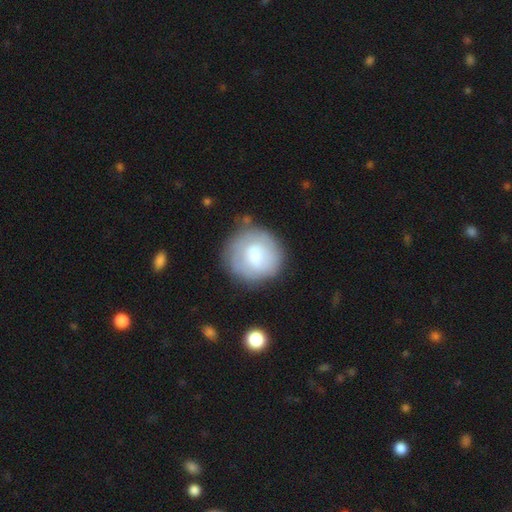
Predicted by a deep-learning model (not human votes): Smooth or featured?
  - smooth: 65% *
  - featured or disk: 28%
  - star or artifact: 7%
How rounded?
  - round: 90% *
  - in between: 9%
  - cigar-shaped: 1%
Merging?
  - none: 66% *
  - minor disturbance: 20%
  - major disturbance: 10%
  - merger: 4%